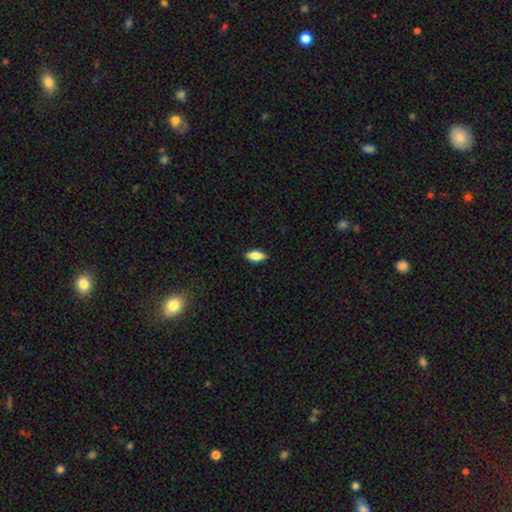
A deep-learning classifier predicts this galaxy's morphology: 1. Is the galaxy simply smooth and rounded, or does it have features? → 76% smooth, 17% featured or disk, 7% star or artifact.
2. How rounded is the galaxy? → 79% in between, 18% cigar-shaped, 3% round.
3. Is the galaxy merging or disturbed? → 88% none, 9% minor disturbance, 2% major disturbance, 1% merger.